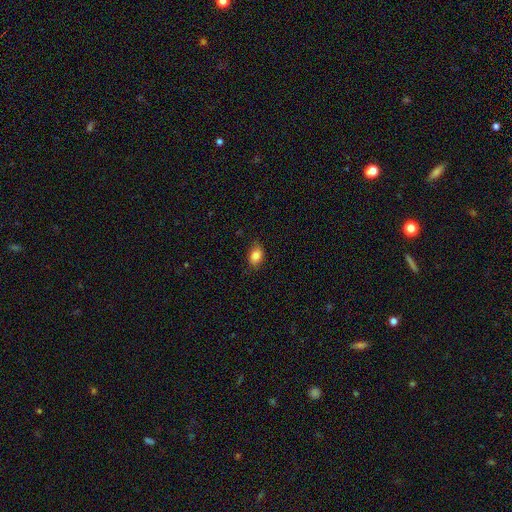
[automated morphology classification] Smooth or featured? Predicted: smooth (p=0.86). How rounded? Predicted: in between (p=0.81). Merging? Predicted: none (p=0.81).